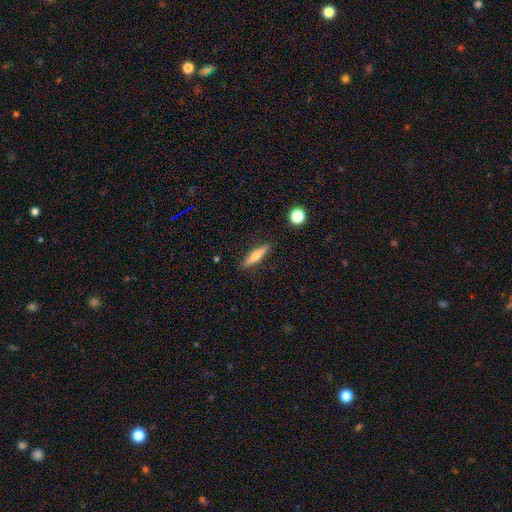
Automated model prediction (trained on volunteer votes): Smooth or featured?
  - smooth: 57% *
  - featured or disk: 36%
  - star or artifact: 7%
How rounded?
  - cigar-shaped: 82% *
  - in between: 16%
  - round: 2%
Merging?
  - none: 88% *
  - minor disturbance: 8%
  - major disturbance: 2%
  - merger: 2%